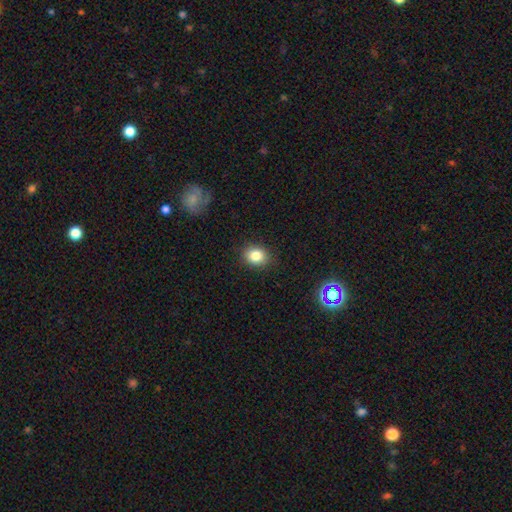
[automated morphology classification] This is clearly a smooth galaxy (83%). How rounded: possibly round (59%). Merging: clearly none (88%).